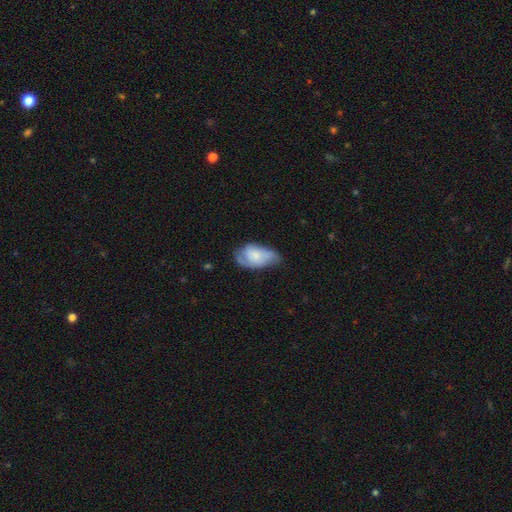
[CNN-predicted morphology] Smooth or featured? smooth (55%)
How rounded? in between (92%)
Merging? minor disturbance (39%, tied with none)